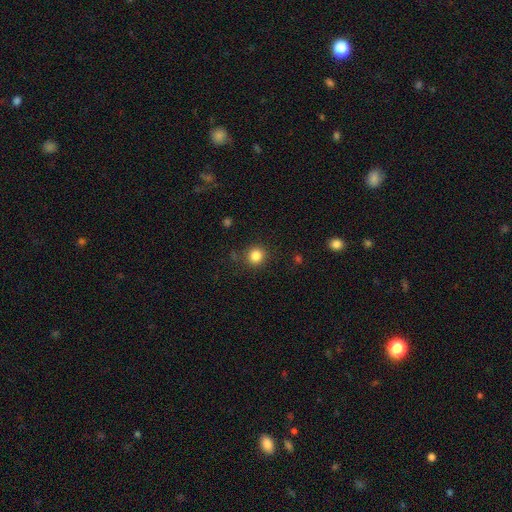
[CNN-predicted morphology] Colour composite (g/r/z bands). It shows a smooth galaxy with no disk features (84%) that is round (91%). Merging: none (87%).